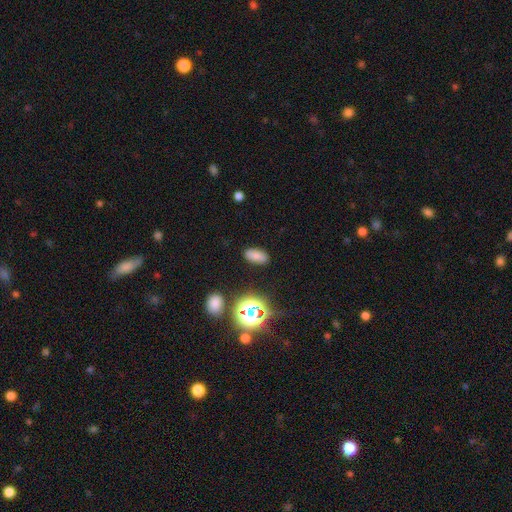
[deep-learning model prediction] Morphology: type=smooth (73%); roundness=in between (89%); merging=none (85%).